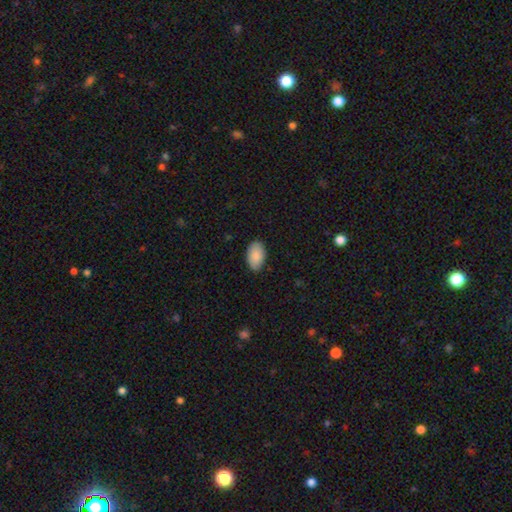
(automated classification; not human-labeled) smooth_or_featured: smooth (p=0.88) [alt: star or artifact p=0.06]
how_rounded: in between (p=0.94) [alt: round p=0.05]
merging: none (p=0.83) [alt: minor disturbance p=0.13]